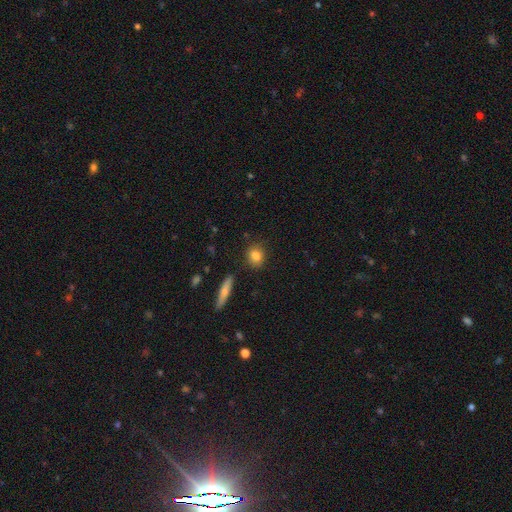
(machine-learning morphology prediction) A smooth galaxy with no disk features (83%) that is round (69%).

Vote fractions:
- Smooth or featured? smooth: 83% / featured or disk: 9% / star or artifact: 9%
- How rounded? round: 69% / in between: 28% / cigar-shaped: 3%
- Merging? none: 86% / minor disturbance: 9% / merger: 3% / major disturbance: 2%